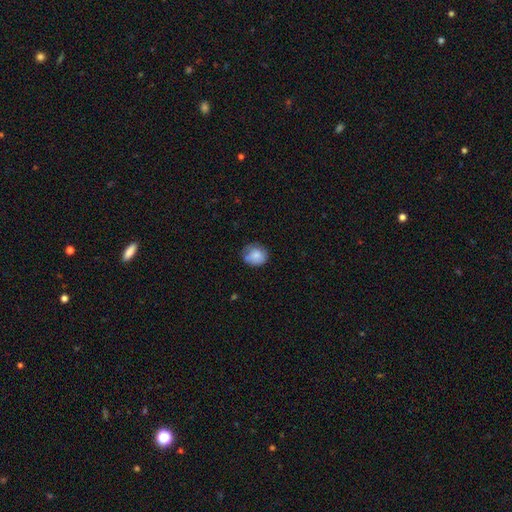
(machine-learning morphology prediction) smooth_or_featured: smooth (p=0.79) [alt: featured or disk p=0.13]
how_rounded: round (p=0.73) [alt: in between p=0.26]
merging: none (p=0.62) [alt: minor disturbance p=0.28]